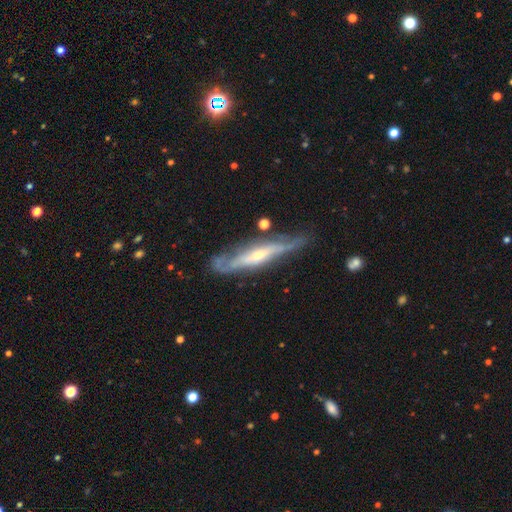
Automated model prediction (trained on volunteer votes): featured or disk 80%, smooth 14%, star or artifact 6%. Down the decision tree: edge-on disk — yes (67%); edge-on bulge — rounded (74%); merging — none (68%).